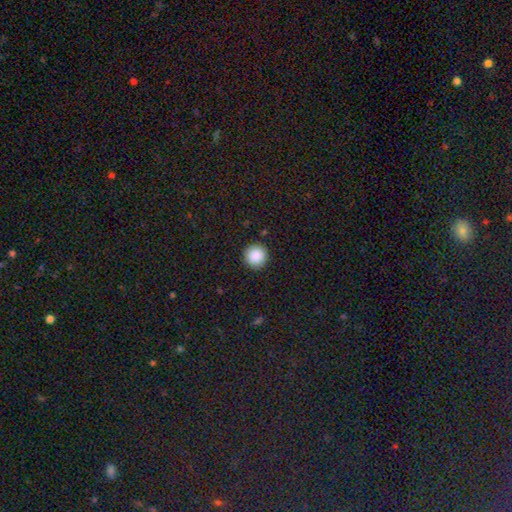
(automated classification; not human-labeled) smooth 89%, star or artifact 9%, featured or disk 3%. Down the decision tree: how rounded — round (96%); merging — none (93%).